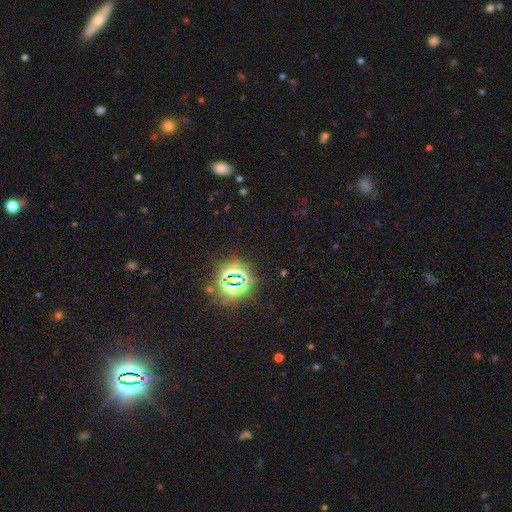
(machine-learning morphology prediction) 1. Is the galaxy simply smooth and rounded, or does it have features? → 77% star or artifact, 16% smooth, 7% featured or disk.